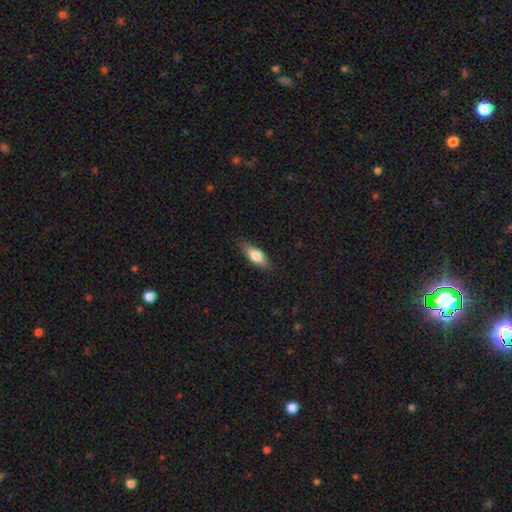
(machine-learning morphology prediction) smooth 73%, featured or disk 20%, star or artifact 6%. Down the decision tree: how rounded — in between (68%); merging — none (83%).